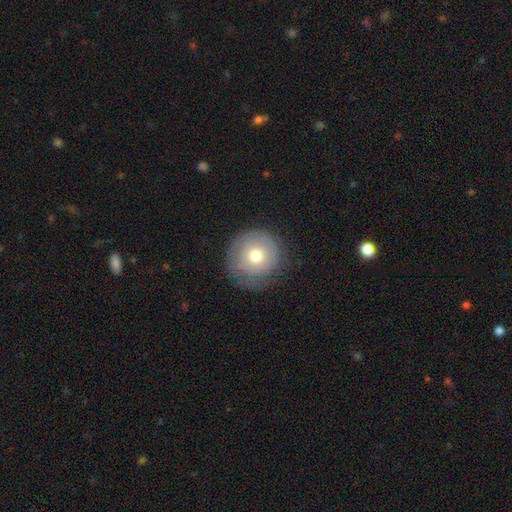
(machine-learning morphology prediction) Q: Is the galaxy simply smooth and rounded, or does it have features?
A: smooth — 62%.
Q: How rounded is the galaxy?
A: round — 94%.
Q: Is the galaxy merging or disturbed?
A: none — 71%.